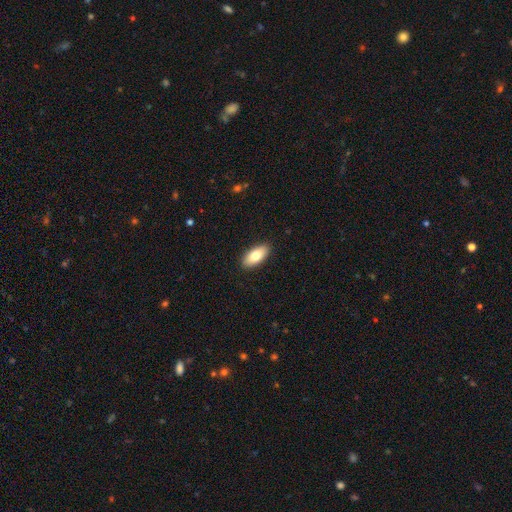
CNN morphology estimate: Smooth or featured: smooth — 79% (featured or disk — 15%)
How rounded: in between — 90% (cigar-shaped — 7%)
Merging: none — 90% (minor disturbance — 7%)